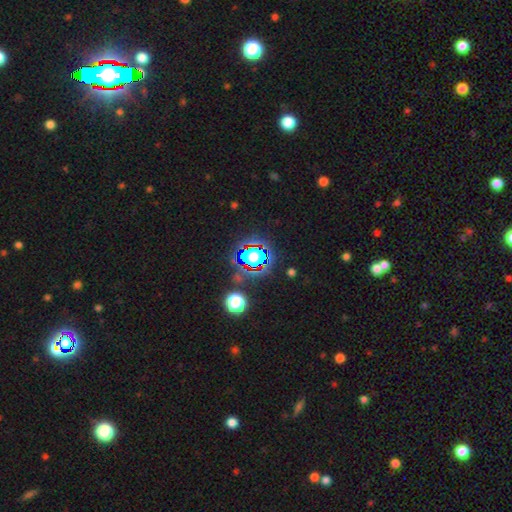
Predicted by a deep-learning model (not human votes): The model was most divided on "smooth or featured": star or artifact: 81%, smooth: 12%, featured or disk: 8%.